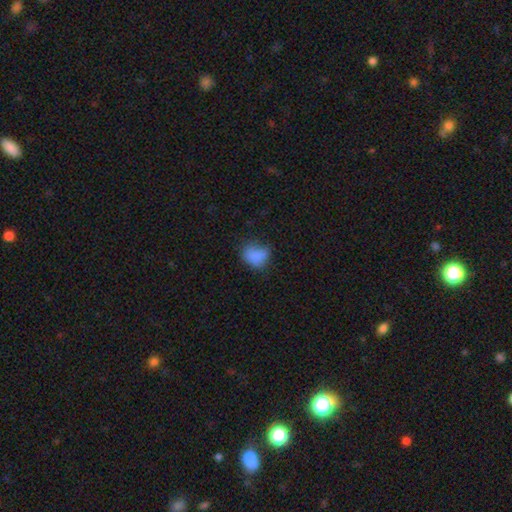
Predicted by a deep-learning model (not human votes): smooth_or_featured: smooth (p=0.81) [alt: star or artifact p=0.11]
how_rounded: in between (p=0.57) [alt: round p=0.42]
merging: none (p=0.57) [alt: minor disturbance p=0.30]